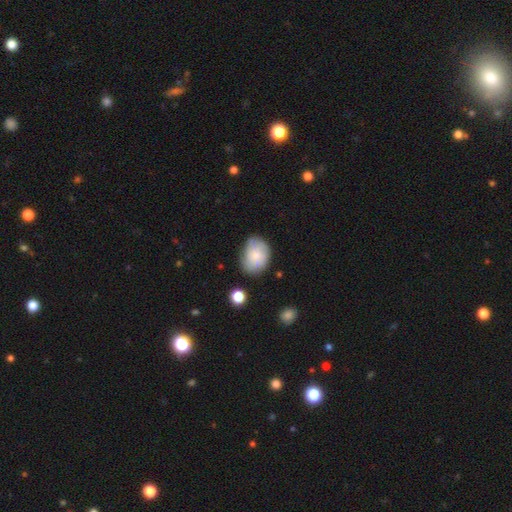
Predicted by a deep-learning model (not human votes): Overall: smooth (68%). How rounded: in between (64%; round 35%). Merging: none (69%).